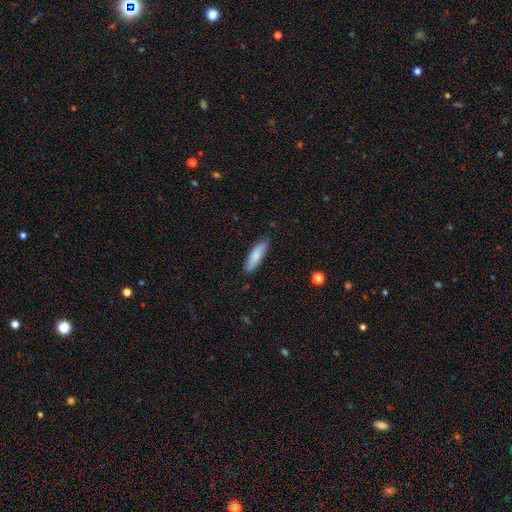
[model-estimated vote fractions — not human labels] The model was most divided on "how rounded": cigar-shaped: 61%, in between: 37%, round: 2%. More confident: merging — none (84%); smooth or featured — smooth (80%).